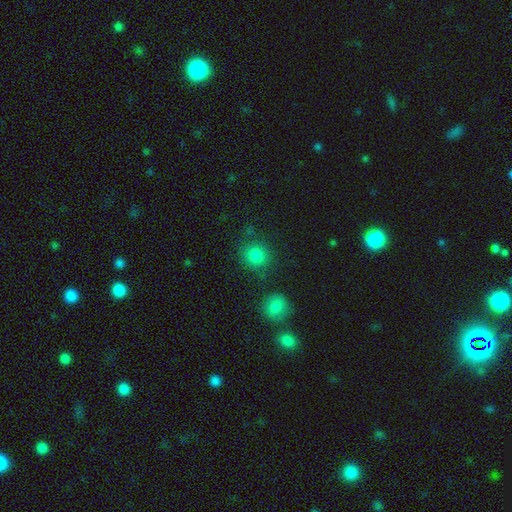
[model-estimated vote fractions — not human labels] A smooth galaxy with no disk features (83%) that is round (88%).

Vote fractions:
- Smooth or featured? smooth: 83% / star or artifact: 12% / featured or disk: 5%
- How rounded? round: 88% / in between: 11% / cigar-shaped: 1%
- Merging? none: 77% / minor disturbance: 10% / merger: 8% / major disturbance: 4%